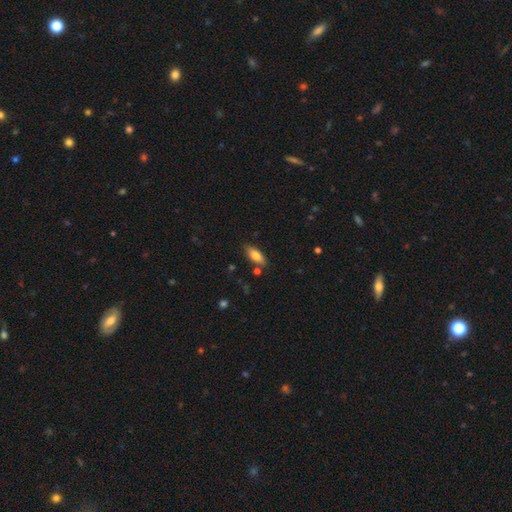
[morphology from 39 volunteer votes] Q: Smooth or featured?
A: smooth (74%); runner-up: featured or disk (26%)
Q: How rounded?
A: in between (59%); runner-up: cigar-shaped (38%)
Q: Merging?
A: none (85%); runner-up: minor disturbance (10%)